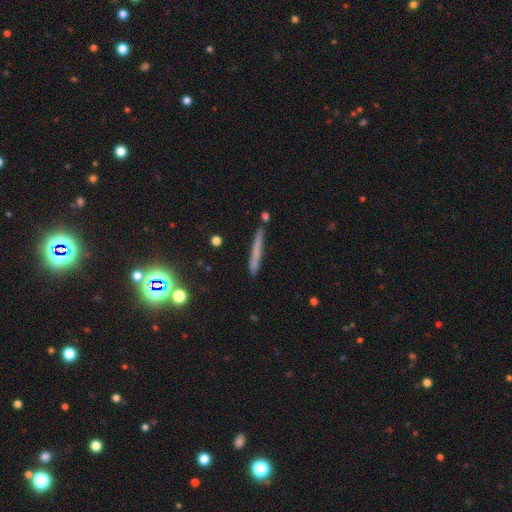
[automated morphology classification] Q: Smooth or featured?
A: smooth (57%); runner-up: featured or disk (32%)
Q: How rounded?
A: cigar-shaped (95%); runner-up: in between (3%)
Q: Merging?
A: none (78%); runner-up: minor disturbance (14%)